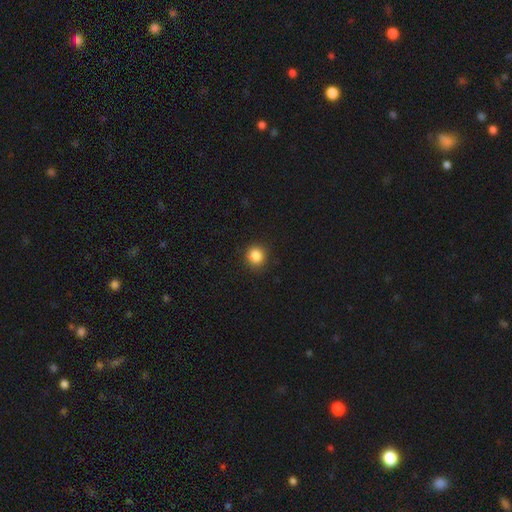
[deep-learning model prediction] A smooth galaxy with no disk features (85%) that is round (84%).

Vote fractions:
- Smooth or featured? smooth: 85% / star or artifact: 10% / featured or disk: 4%
- How rounded? round: 84% / in between: 15% / cigar-shaped: 1%
- Merging? none: 87% / minor disturbance: 9% / major disturbance: 2% / merger: 1%